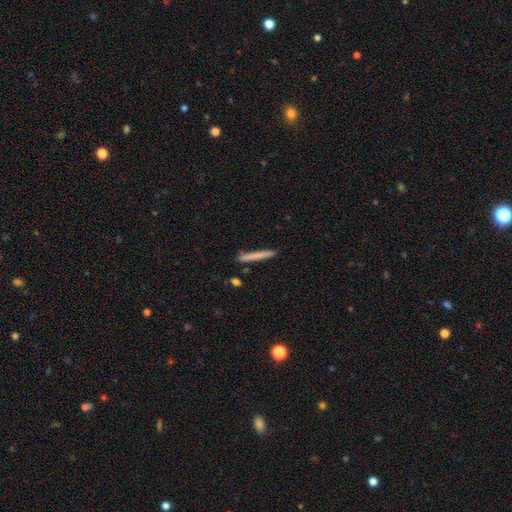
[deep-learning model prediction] The model was most divided on "smooth or featured": smooth: 71%, featured or disk: 23%, star or artifact: 6%. More confident: how rounded — cigar-shaped (97%); merging — none (89%).